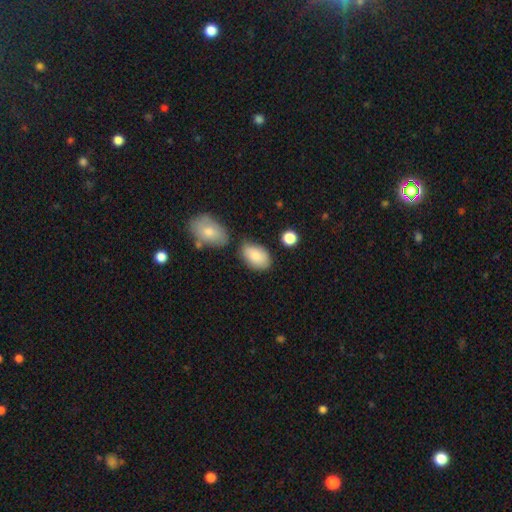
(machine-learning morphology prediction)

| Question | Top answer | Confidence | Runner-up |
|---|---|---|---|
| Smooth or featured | smooth | 84% | featured or disk (10%) |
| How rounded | in between | 91% | round (7%) |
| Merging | none | 61% | minor disturbance (22%) |